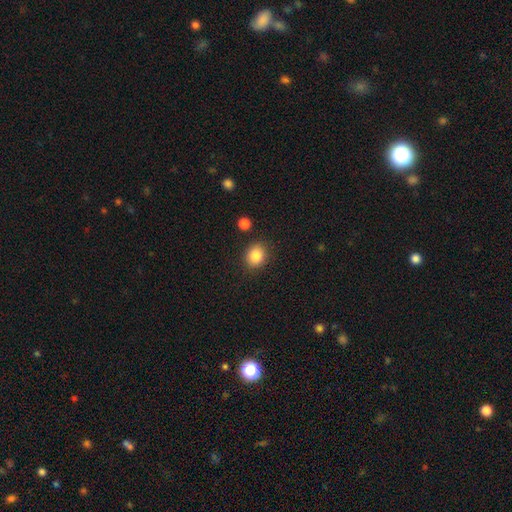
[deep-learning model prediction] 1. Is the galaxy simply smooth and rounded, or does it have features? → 86% smooth, 9% star or artifact, 5% featured or disk.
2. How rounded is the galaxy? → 66% round, 34% in between, 1% cigar-shaped.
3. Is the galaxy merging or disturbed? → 84% none, 10% minor disturbance, 3% merger, 3% major disturbance.